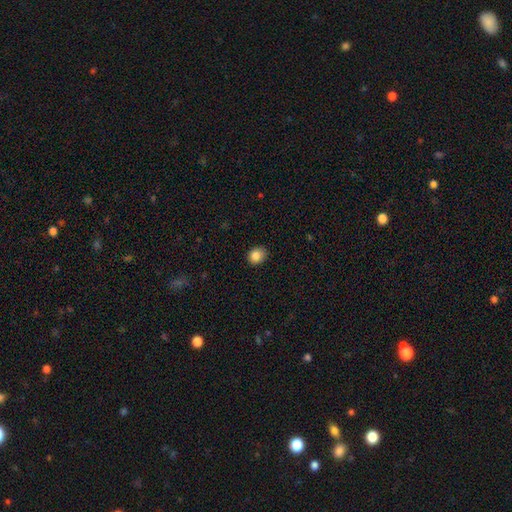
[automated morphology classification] Smooth or featured?
  - smooth: 84% *
  - star or artifact: 10%
  - featured or disk: 6%
How rounded?
  - round: 67% *
  - in between: 32%
  - cigar-shaped: 1%
Merging?
  - none: 83% *
  - minor disturbance: 13%
  - major disturbance: 2%
  - merger: 1%